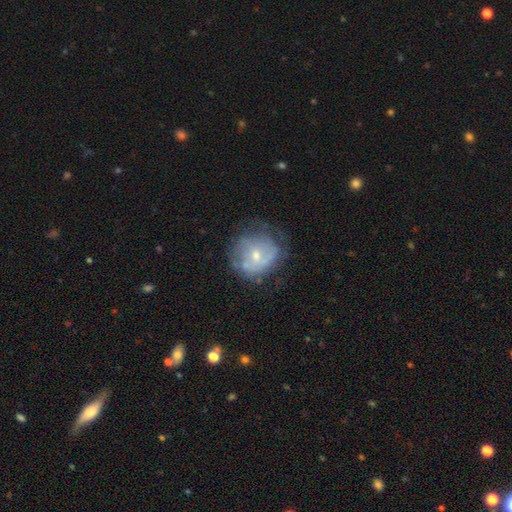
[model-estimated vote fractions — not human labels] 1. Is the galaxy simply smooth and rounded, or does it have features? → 51% featured or disk, 39% smooth, 9% star or artifact.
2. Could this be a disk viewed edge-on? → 97% no, 3% yes.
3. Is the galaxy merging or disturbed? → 53% none, 28% minor disturbance, 16% major disturbance, 3% merger.